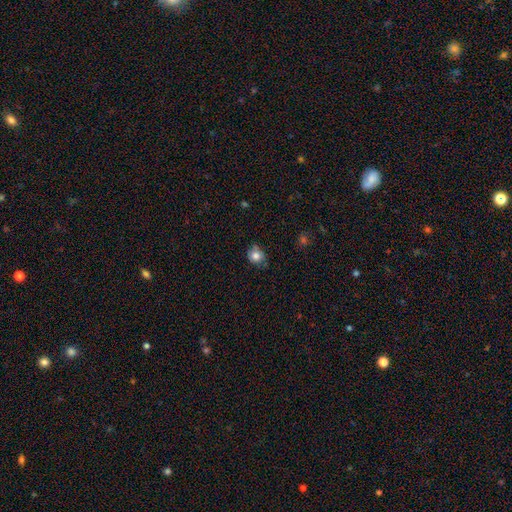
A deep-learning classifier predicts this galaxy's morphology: Smooth or featured? Predicted: smooth (p=0.80). How rounded? Predicted: round (p=0.74). Merging? Predicted: none (p=0.64).